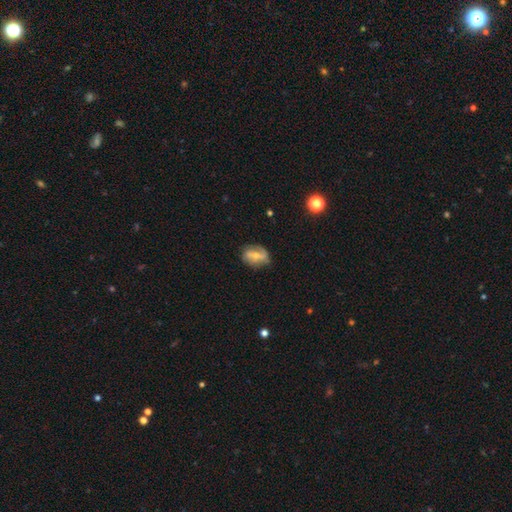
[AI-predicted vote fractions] A featured or disk galaxy (60%) with a weak bar (41%), spiral arms (80%) and a small central bulge (50%). Merging: none (64%).